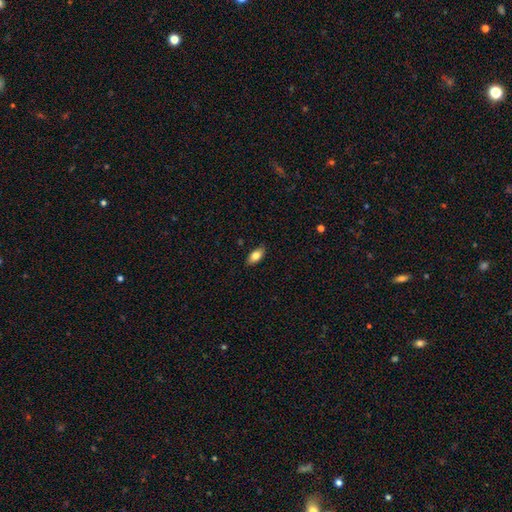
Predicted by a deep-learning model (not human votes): smooth 80%, featured or disk 12%, star or artifact 7%. Down the decision tree: how rounded — in between (90%); merging — none (87%).